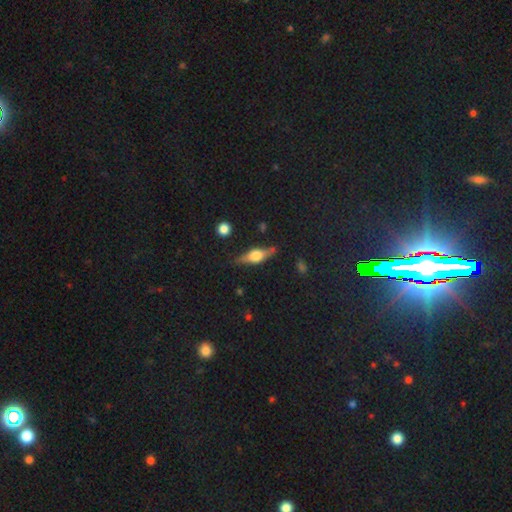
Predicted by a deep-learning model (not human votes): This appears to be a featured or disk galaxy (63%) viewed edge-on (94%) with a rounded central bulge (91%). Merging: none (81%).